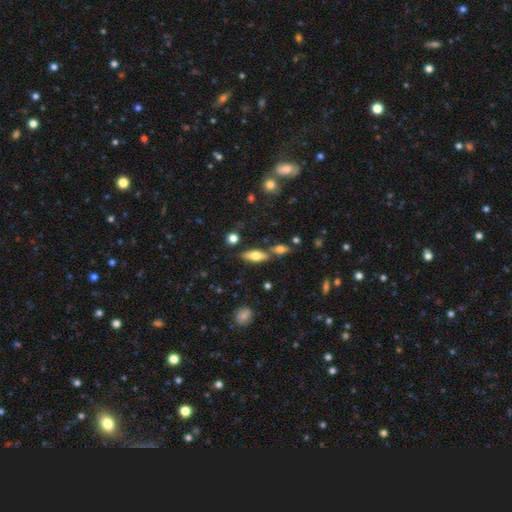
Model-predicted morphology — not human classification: Smooth or featured?
  - smooth: 61% *
  - featured or disk: 31%
  - star or artifact: 7%
How rounded?
  - in between: 68% *
  - cigar-shaped: 29%
  - round: 3%
Merging?
  - none: 68% *
  - merger: 16%
  - minor disturbance: 13%
  - major disturbance: 4%